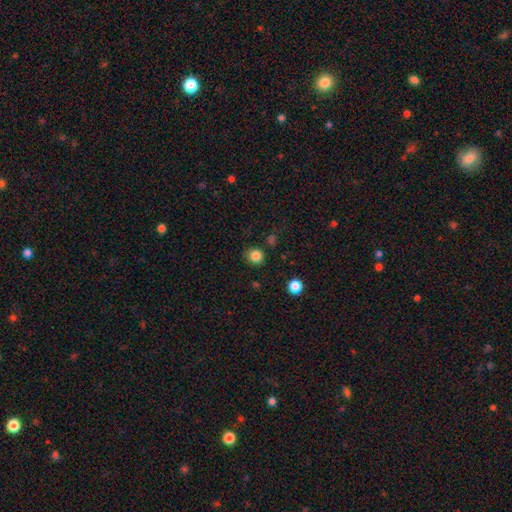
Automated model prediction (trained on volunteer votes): This appears to be a smooth galaxy with no disk features (84%) that is round (91%). Merging: none (84%).